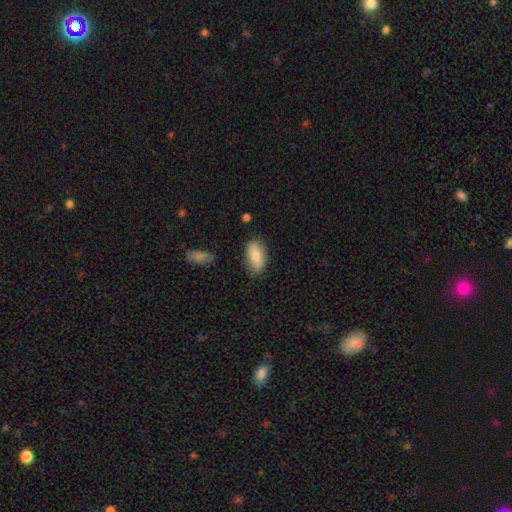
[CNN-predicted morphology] type=smooth (79%); roundness=in between (92%); merging=none (78%).